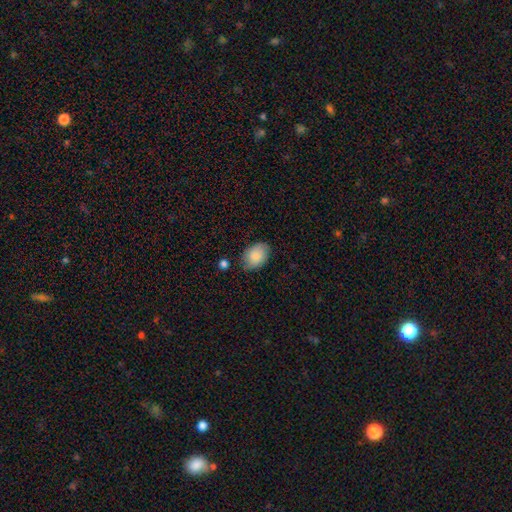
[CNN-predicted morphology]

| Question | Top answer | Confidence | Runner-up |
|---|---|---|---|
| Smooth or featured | smooth | 86% | featured or disk (8%) |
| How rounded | in between | 81% | round (18%) |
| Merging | none | 75% | minor disturbance (18%) |